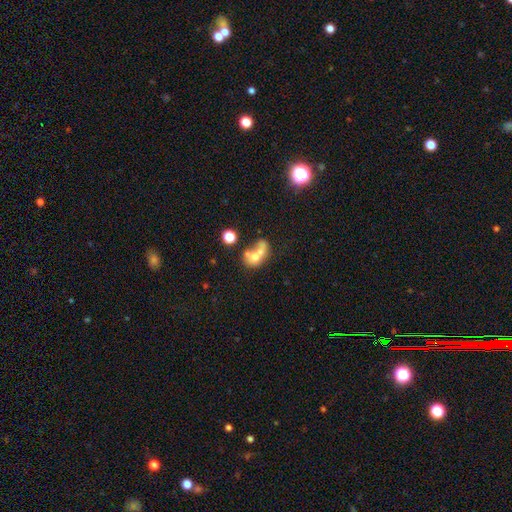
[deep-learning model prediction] Morphology: type=smooth (57%); roundness=in between (57%); merging=merger (59%).